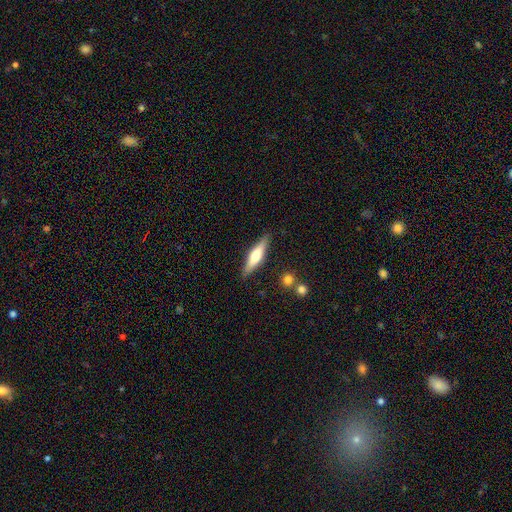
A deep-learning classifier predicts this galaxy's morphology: Smooth or featured? Predicted: featured or disk (p=0.50). Edge-on disk? Predicted: yes (p=0.95). Merging? Predicted: none (p=0.87).